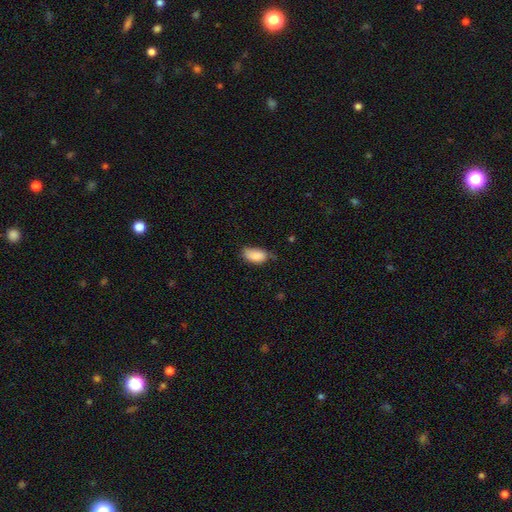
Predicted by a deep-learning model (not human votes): Smooth or featured? smooth (86%)
How rounded? in between (92%)
Merging? none (49%)